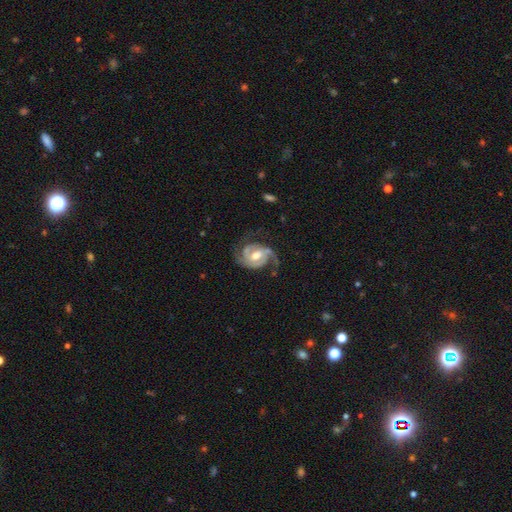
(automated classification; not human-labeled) smooth_or_featured: featured or disk (p=0.89) [alt: smooth p=0.06]
disk_edge_on: no (p=0.98) [alt: yes p=0.02]
bar: weak (p=0.46) [alt: no p=0.33]
has_spiral_arms: yes (p=0.97) [alt: no p=0.03]
spiral_winding: medium (p=0.48) [alt: tight p=0.36]
spiral_arm_count: 2 (p=0.74) [alt: 3 p=0.13]
bulge_size: moderate (p=0.73) [alt: small p=0.14]
merging: none (p=0.66) [alt: minor disturbance p=0.19]